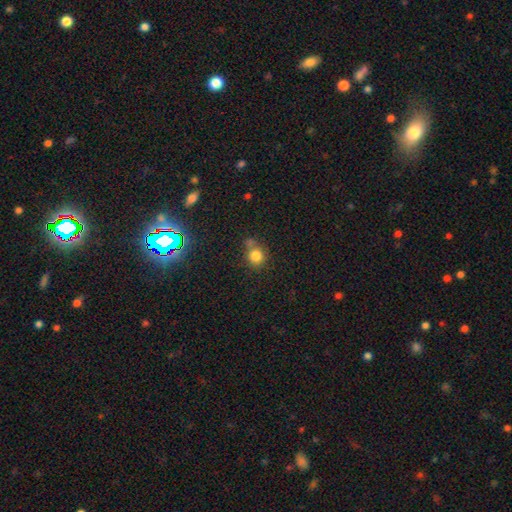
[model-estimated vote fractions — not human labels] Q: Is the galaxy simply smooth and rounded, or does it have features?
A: smooth — 80%.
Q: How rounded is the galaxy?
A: round — 85%.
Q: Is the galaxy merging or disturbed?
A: none — 58%.